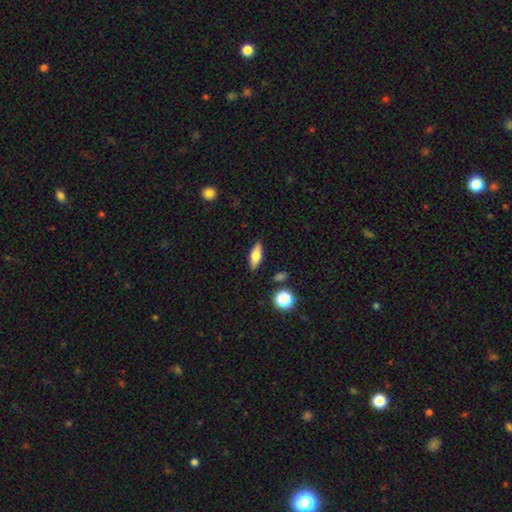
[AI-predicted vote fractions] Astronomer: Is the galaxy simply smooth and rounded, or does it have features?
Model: smooth — 68%.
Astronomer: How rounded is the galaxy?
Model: in between — 67%.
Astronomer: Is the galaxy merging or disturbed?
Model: none — 87%.